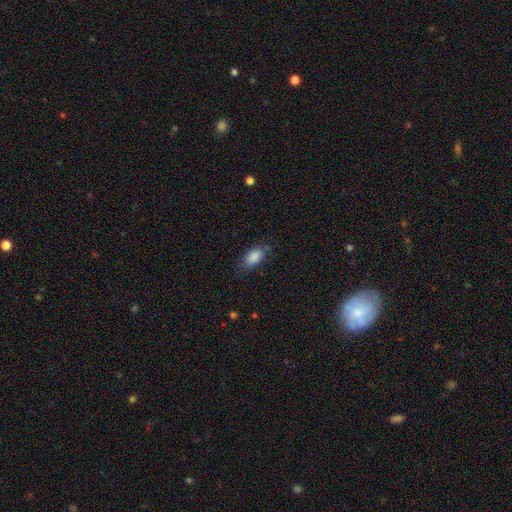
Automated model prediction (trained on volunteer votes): Q: Smooth or featured?
A: smooth (87%); runner-up: star or artifact (7%)
Q: How rounded?
A: in between (91%); runner-up: round (5%)
Q: Merging?
A: none (75%); runner-up: minor disturbance (19%)